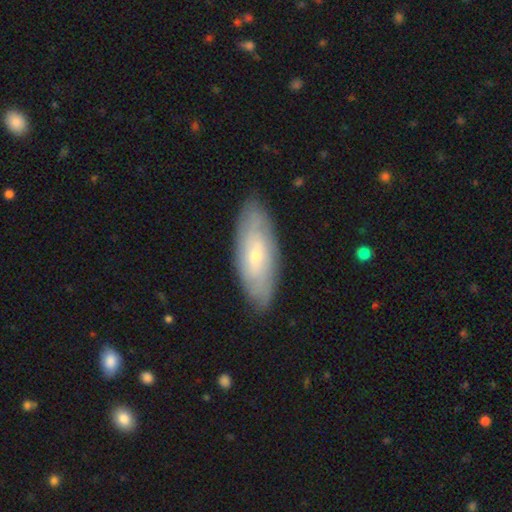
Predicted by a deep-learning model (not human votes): smooth_or_featured: featured or disk (p=0.53) [alt: smooth p=0.41]
disk_edge_on: no (p=0.81) [alt: yes p=0.19]
merging: none (p=0.84) [alt: minor disturbance p=0.13]